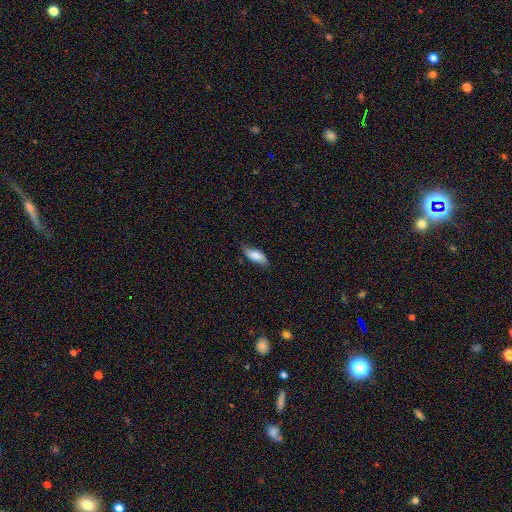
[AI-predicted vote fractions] Q: Smooth or featured?
A: smooth (82%); runner-up: featured or disk (12%)
Q: How rounded?
A: in between (77%); runner-up: cigar-shaped (21%)
Q: Merging?
A: none (76%); runner-up: minor disturbance (19%)